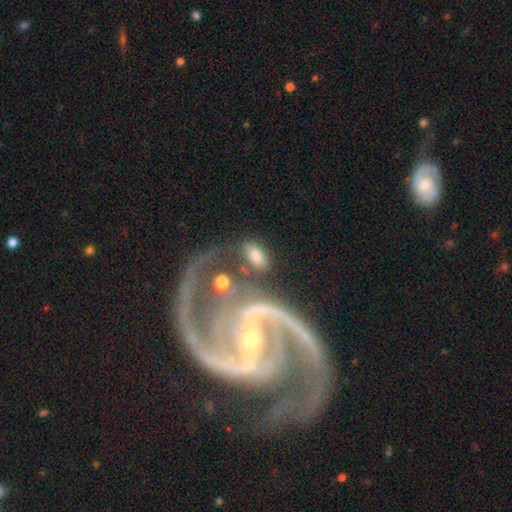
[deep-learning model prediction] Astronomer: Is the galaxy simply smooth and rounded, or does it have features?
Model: smooth — 73%.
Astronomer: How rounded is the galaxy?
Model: in between — 90%.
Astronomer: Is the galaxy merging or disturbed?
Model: none — 58%.